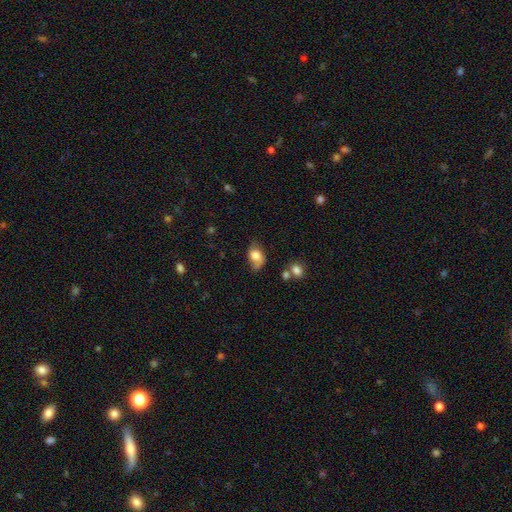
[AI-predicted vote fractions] smooth 70%, featured or disk 21%, star or artifact 9%. Down the decision tree: how rounded — in between (77%); merging — none (43%).